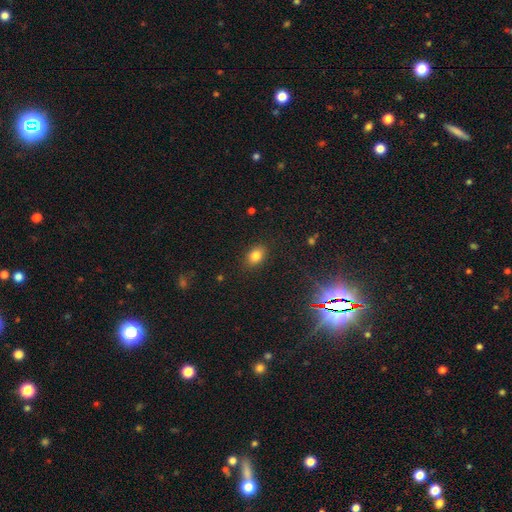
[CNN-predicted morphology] Smooth or featured? Predicted: smooth (p=0.80). How rounded? Predicted: in between (p=0.72). Merging? Predicted: none (p=0.87).